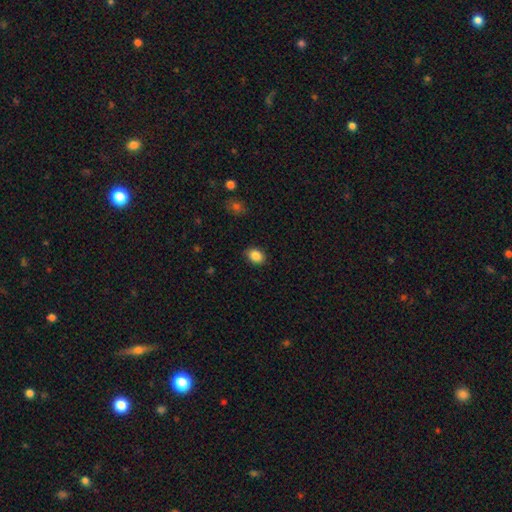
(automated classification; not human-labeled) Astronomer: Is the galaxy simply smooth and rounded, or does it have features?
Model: smooth — 87%.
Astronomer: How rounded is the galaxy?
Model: in between — 65%.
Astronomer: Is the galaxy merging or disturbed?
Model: none — 86%.